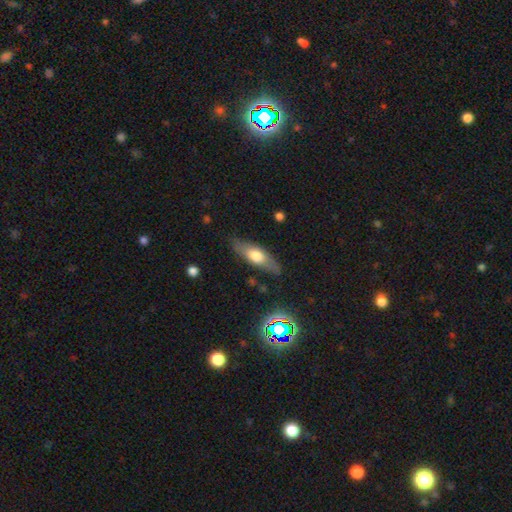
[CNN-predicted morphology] This appears to be a smooth galaxy with no disk features (54%) that is in between round and cigar-shaped (56%). Merging: none (79%).